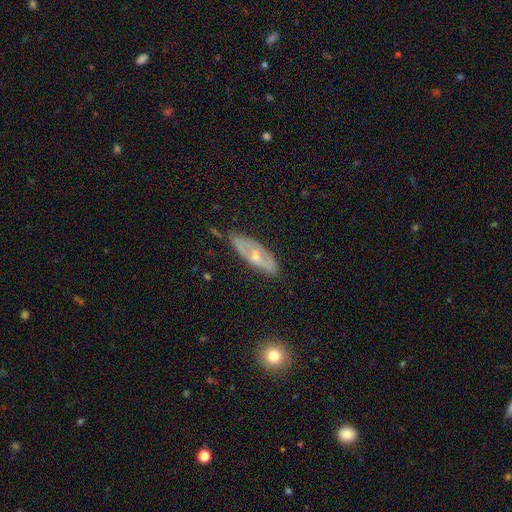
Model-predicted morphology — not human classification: A featured or disk galaxy (62%). Merging: none (72%).